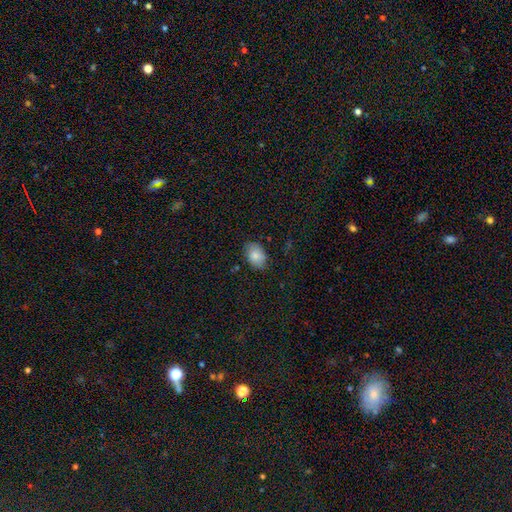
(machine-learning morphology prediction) Smooth or featured: smooth — 84% (featured or disk — 9%)
How rounded: in between — 82% (round — 17%)
Merging: none — 79% (minor disturbance — 16%)